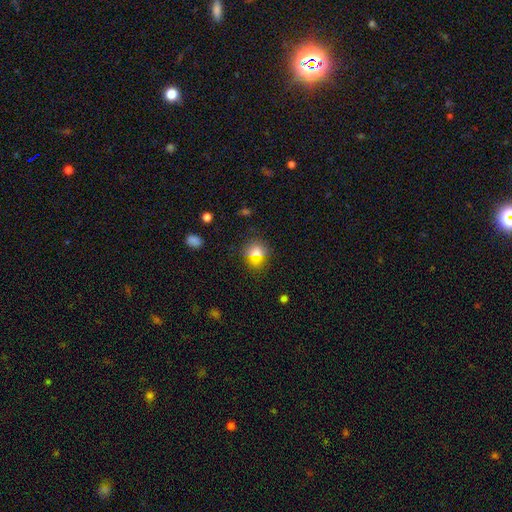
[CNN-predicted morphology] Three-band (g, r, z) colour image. It shows a smooth galaxy with no disk features (69%) that is round (81%). Merging: none (82%).